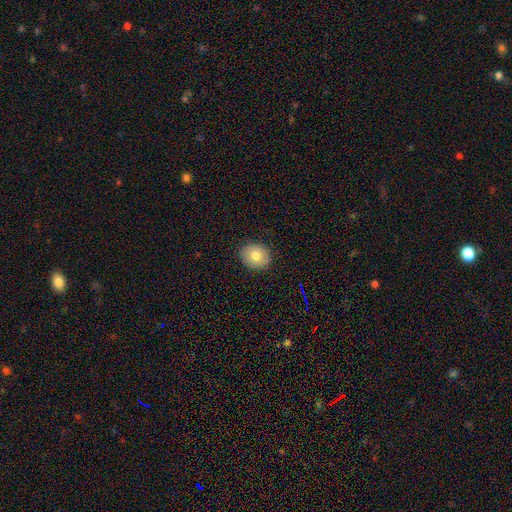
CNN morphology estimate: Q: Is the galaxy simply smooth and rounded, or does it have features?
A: smooth — 75%.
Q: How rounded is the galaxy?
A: round — 73%.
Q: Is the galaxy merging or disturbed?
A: none — 89%.